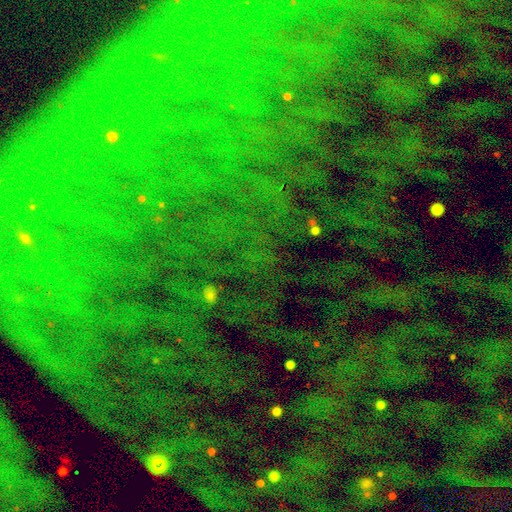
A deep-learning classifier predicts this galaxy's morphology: smooth-or-featured: star or artifact: 80% | smooth: 12% | featured or disk: 8%